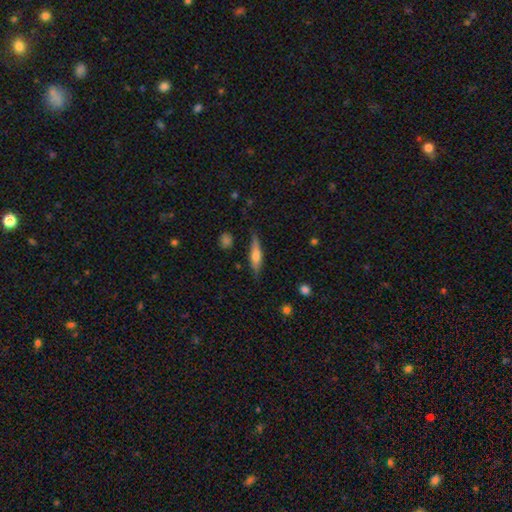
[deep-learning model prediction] This is possibly a featured or disk galaxy (51%). It is clearly viewed edge-on (94%). Merging: clearly none (82%).